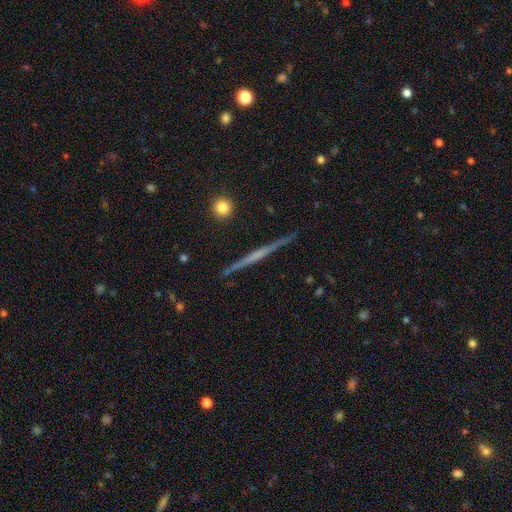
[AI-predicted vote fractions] Morphology: type=featured or disk (71%); edge-on=yes (98%); edge-on bulge=none (68%); merging=none (91%).